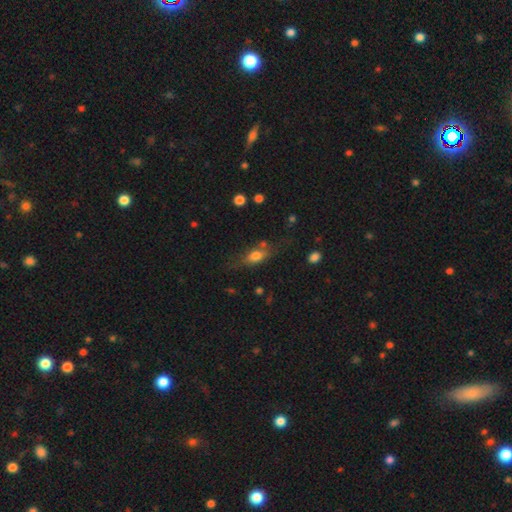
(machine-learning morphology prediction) Overall: smooth (67%). How rounded: in between (71%). Merging: none (59%; minor disturbance 23%).